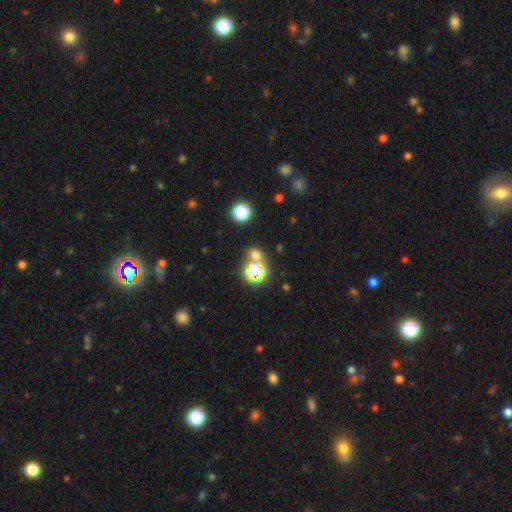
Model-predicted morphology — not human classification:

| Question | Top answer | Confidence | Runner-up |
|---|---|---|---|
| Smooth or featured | smooth | 57% | star or artifact (35%) |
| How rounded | round | 70% | in between (28%) |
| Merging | none | 68% | merger (20%) |